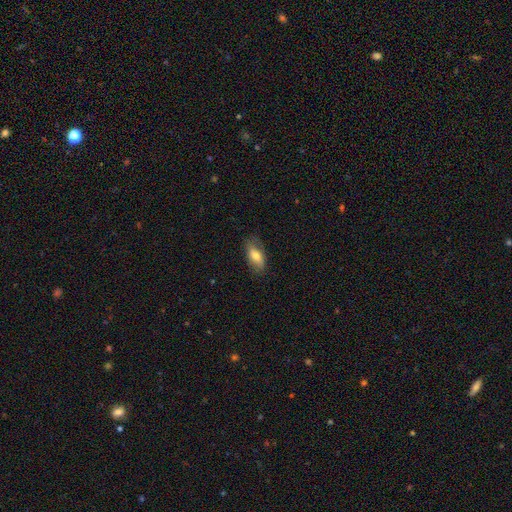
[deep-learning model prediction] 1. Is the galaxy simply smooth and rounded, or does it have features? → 64% smooth, 29% featured or disk, 7% star or artifact.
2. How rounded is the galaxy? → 83% in between, 14% cigar-shaped, 4% round.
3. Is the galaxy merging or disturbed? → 72% none, 21% minor disturbance, 6% major disturbance, 1% merger.